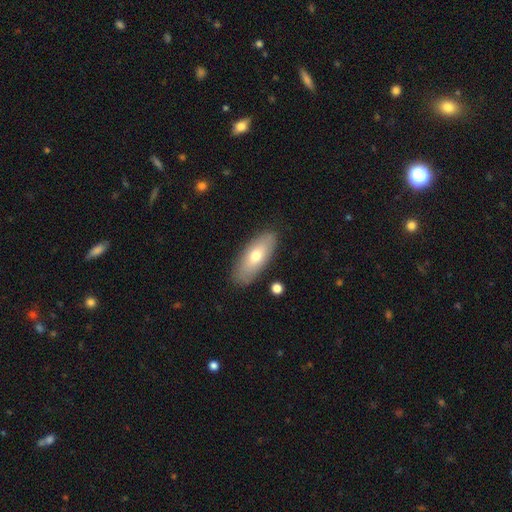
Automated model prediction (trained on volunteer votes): smooth-or-featured: smooth: 67% | featured or disk: 27% | star or artifact: 6%
  how-rounded: in between: 77% | cigar-shaped: 21% | round: 3%
  merging: none: 86% | minor disturbance: 10% | major disturbance: 2% | merger: 2%